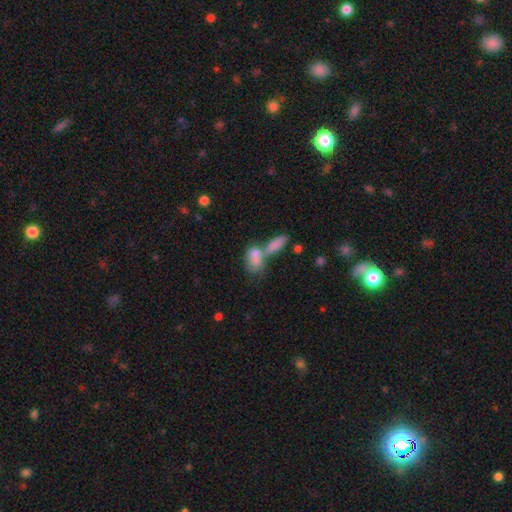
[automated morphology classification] This is likely a smooth galaxy (78%). How rounded: clearly in between (82%). Merging: likely merger (62%).